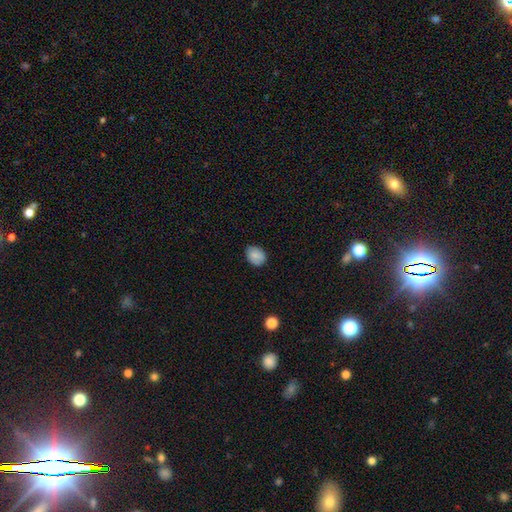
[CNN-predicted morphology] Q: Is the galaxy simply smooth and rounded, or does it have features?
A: smooth — 83%.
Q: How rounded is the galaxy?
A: in between — 53%.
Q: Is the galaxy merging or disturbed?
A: none — 80%.